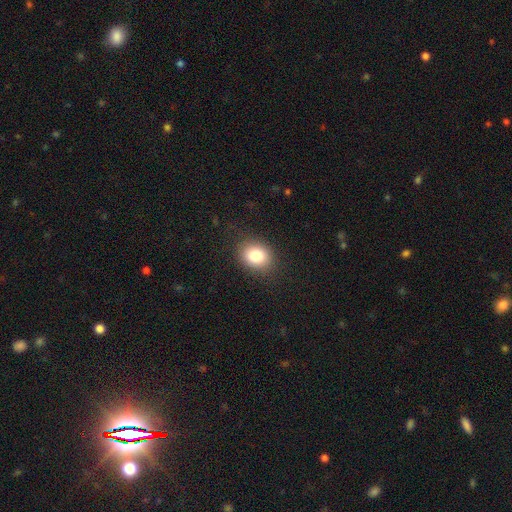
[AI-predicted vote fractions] smooth 84%, star or artifact 10%, featured or disk 7%. Down the decision tree: how rounded — in between (51%); merging — none (85%).